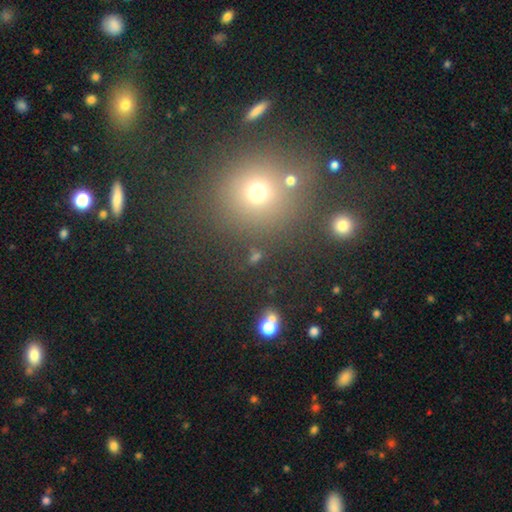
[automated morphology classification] Smooth or featured? smooth (60%)
How rounded? round (82%)
Merging? none (81%)